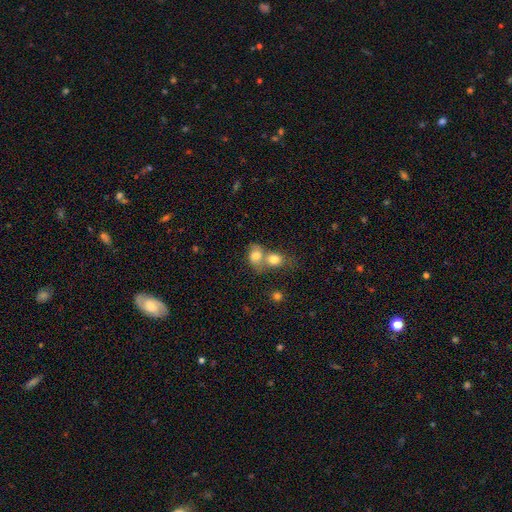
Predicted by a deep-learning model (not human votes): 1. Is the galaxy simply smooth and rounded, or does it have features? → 75% smooth, 15% featured or disk, 10% star or artifact.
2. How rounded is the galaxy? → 50% round, 49% in between, 2% cigar-shaped.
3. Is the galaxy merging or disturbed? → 63% merger, 24% none, 8% minor disturbance, 5% major disturbance.